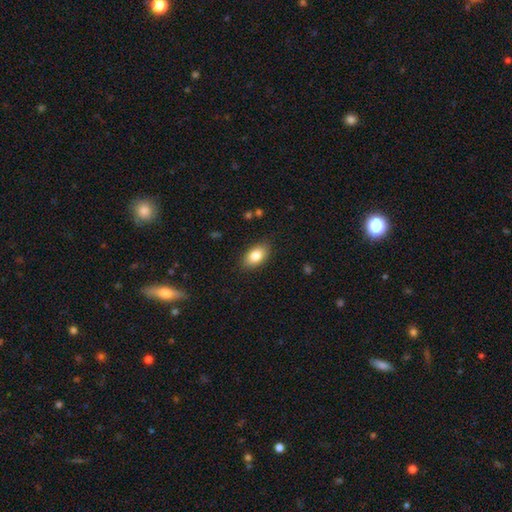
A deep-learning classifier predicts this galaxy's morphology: This is clearly a smooth galaxy (82%). How rounded: clearly in between (91%). Merging: clearly none (86%).